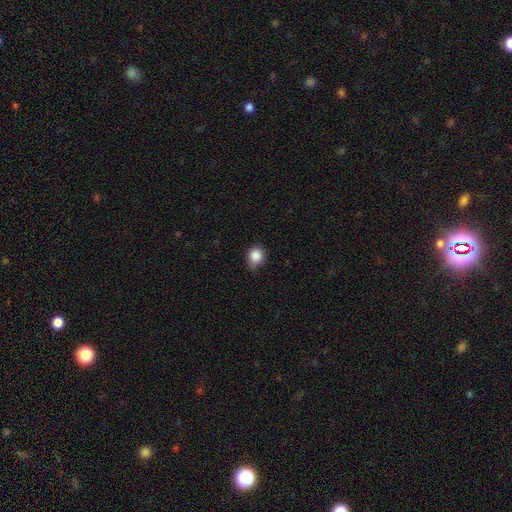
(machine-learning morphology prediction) Q: Smooth or featured?
A: smooth (87%); runner-up: star or artifact (10%)
Q: How rounded?
A: round (70%); runner-up: in between (29%)
Q: Merging?
A: none (69%); runner-up: minor disturbance (26%)